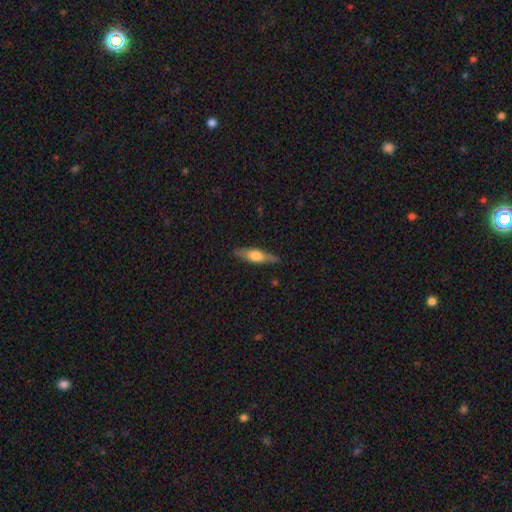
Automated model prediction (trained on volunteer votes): Overall: smooth (50%; featured or disk 44%). How rounded: cigar-shaped (64%; in between 34%). Merging: none (84%).